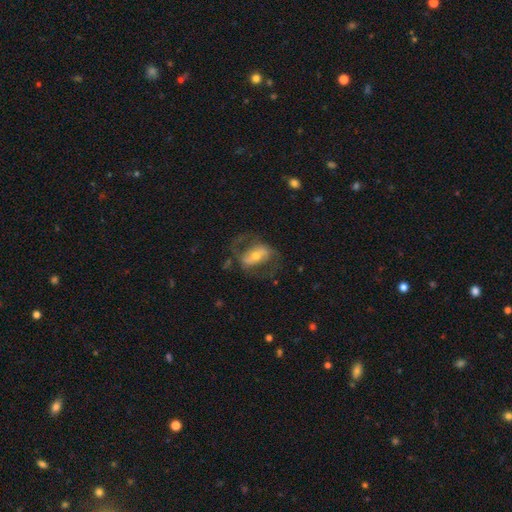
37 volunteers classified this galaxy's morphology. smooth_or_featured: featured or disk (p=0.78) [alt: smooth p=0.19]
disk_edge_on: no (p=0.93) [alt: yes p=0.07]
bar: weak (p=0.41) [alt: strong p=0.30]
has_spiral_arms: yes (p=0.52) [alt: no p=0.48]
spiral_winding: loose (p=0.79) [alt: medium p=0.21]
spiral_arm_count: 2 (p=0.93) [alt: 1 p=0.07]
bulge_size: moderate (p=0.59) [alt: small p=0.30]
merging: none (p=0.42) [alt: major disturbance p=0.33]